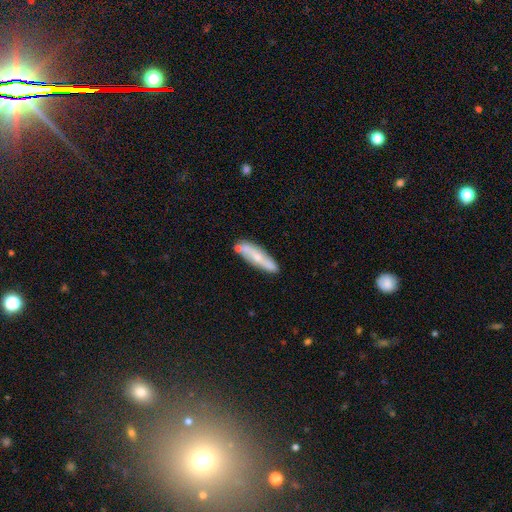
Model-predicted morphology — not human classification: This appears to be a smooth galaxy with no disk features (48%). Merging: none (69%).